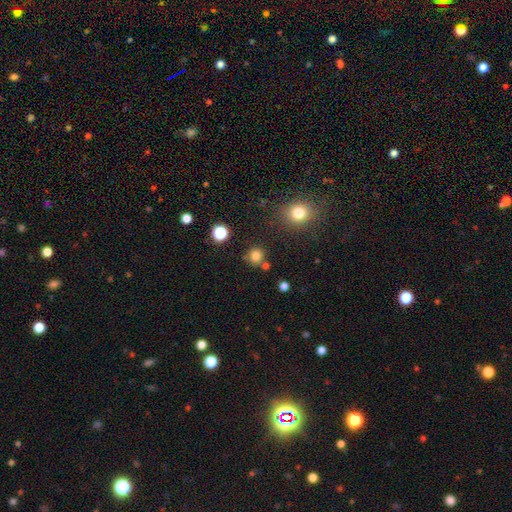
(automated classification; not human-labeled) This is likely a smooth galaxy (79%). How rounded: clearly round (91%). Merging: likely none (78%).